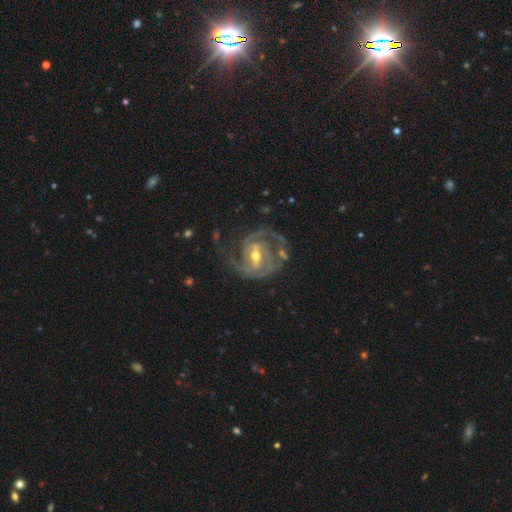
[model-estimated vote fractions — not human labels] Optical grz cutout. It shows a featured or disk galaxy (92%) with a weak bar (46%), 2 (44%) tight (50%) spiral arms (97%) and a moderate central bulge (64%). Merging: none (60%).